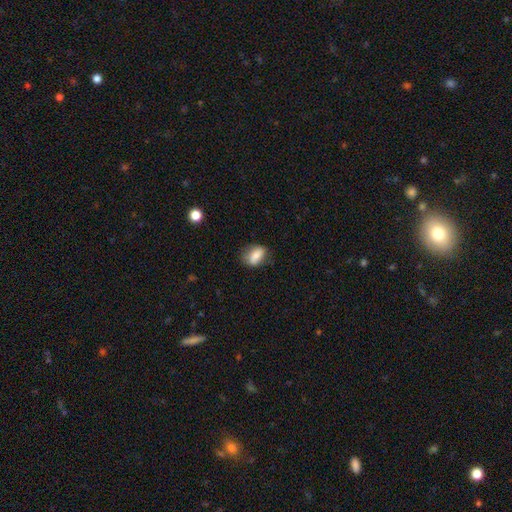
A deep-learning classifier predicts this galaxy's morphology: A smooth galaxy with no disk features (78%) that is in between round and cigar-shaped (81%). Merging: none (70%).